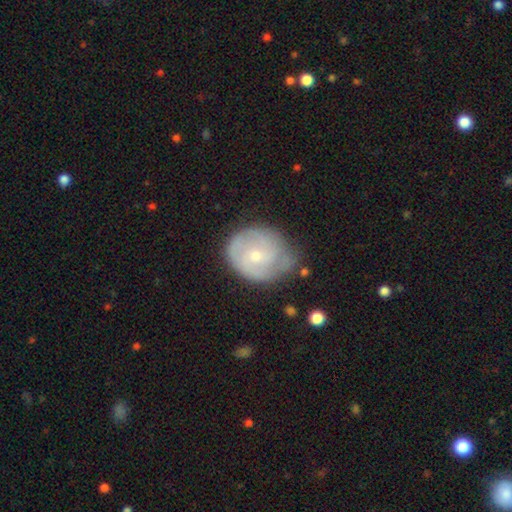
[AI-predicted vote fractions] This is likely a featured or disk galaxy (61%). It is clearly not viewed edge-on (97%). Bar: likely no (69%). Spiral arm pattern: likely yes (79%). Central bulge: possibly small (57%). Merging: possibly none (55%).